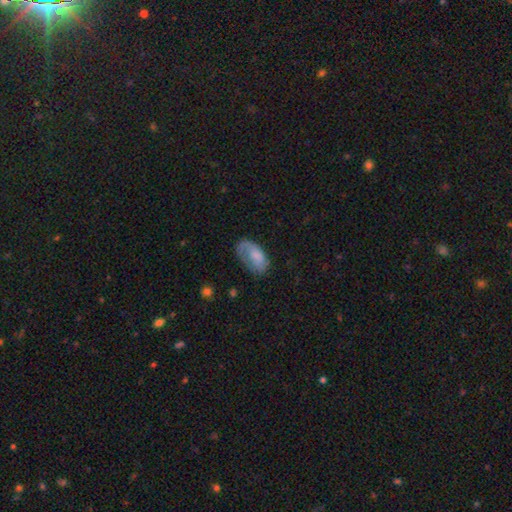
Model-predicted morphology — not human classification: smooth 60%, featured or disk 33%, star or artifact 7%. Down the decision tree: how rounded — in between (93%); merging — none (46%).